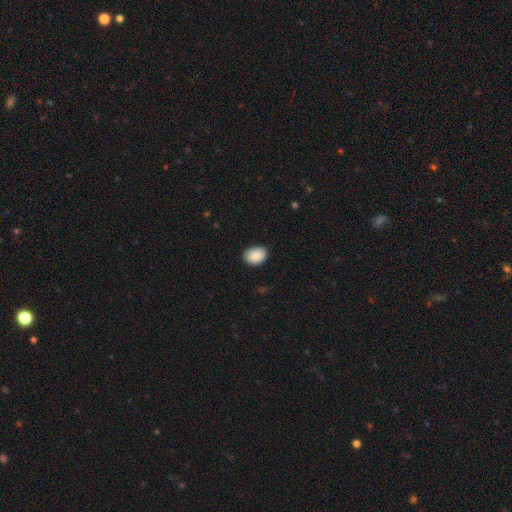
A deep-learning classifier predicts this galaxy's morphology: The model was most divided on "how rounded": in between: 74%, round: 25%, cigar-shaped: 1%. More confident: smooth or featured — smooth (88%); merging — none (88%).